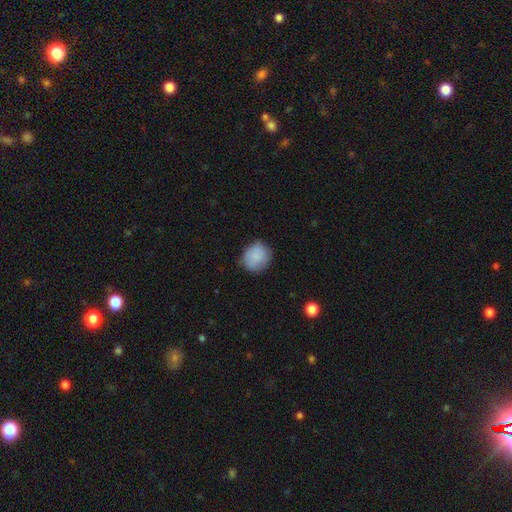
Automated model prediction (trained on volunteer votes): Smooth or featured: smooth — 87% (star or artifact — 7%)
How rounded: round — 78% (in between — 21%)
Merging: none — 77% (minor disturbance — 18%)